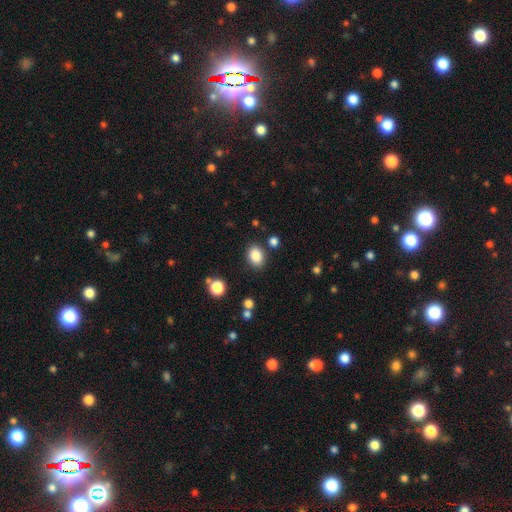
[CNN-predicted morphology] smooth-or-featured: smooth: 86% | star or artifact: 9% | featured or disk: 5%
  how-rounded: in between: 68% | round: 31% | cigar-shaped: 1%
  merging: none: 83% | minor disturbance: 10% | merger: 4% | major disturbance: 3%